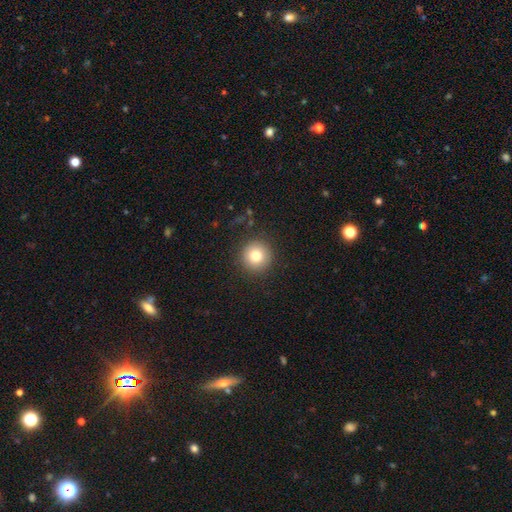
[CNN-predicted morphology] Q: Smooth or featured?
A: smooth (82%); runner-up: star or artifact (10%)
Q: How rounded?
A: round (94%); runner-up: in between (5%)
Q: Merging?
A: none (90%); runner-up: minor disturbance (7%)